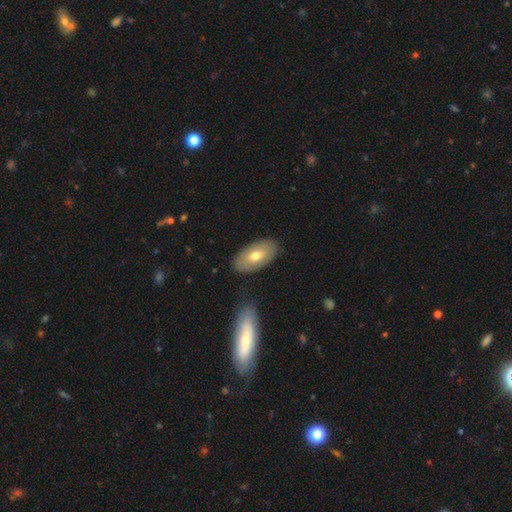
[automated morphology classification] Smooth or featured: smooth — 65% (featured or disk — 29%)
How rounded: in between — 94% (round — 3%)
Merging: none — 84% (minor disturbance — 11%)